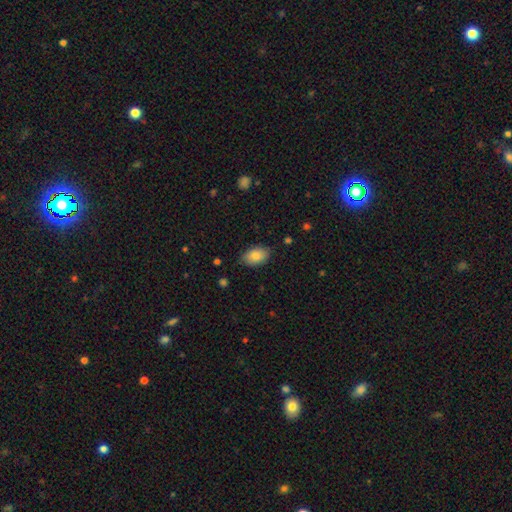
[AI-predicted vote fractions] A smooth galaxy with no disk features (82%) that is in between round and cigar-shaped (91%). Merging: none (82%).